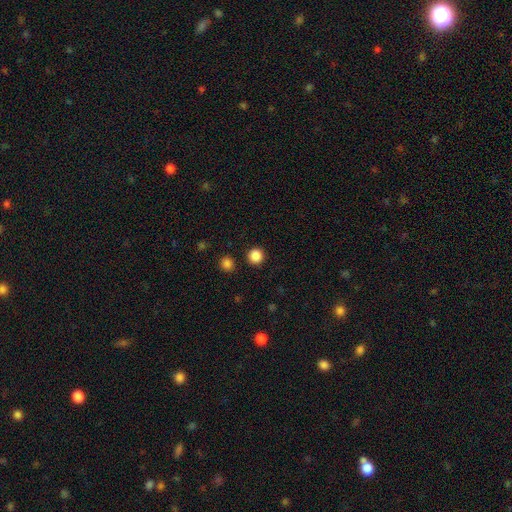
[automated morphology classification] Smooth or featured? Predicted: smooth (p=0.87). How rounded? Predicted: round (p=0.95). Merging? Predicted: none (p=0.92).